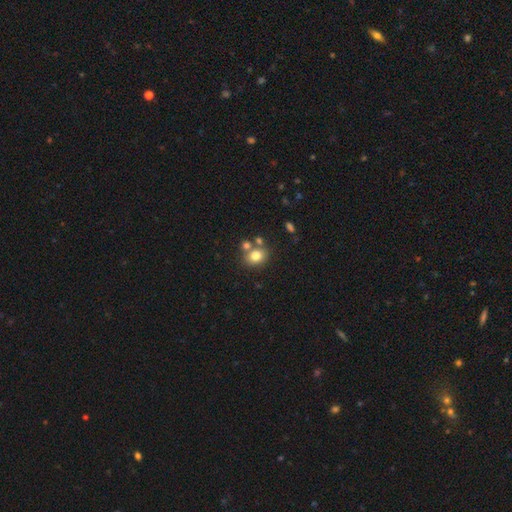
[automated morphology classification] Smooth or featured? Predicted: smooth (p=0.79). How rounded? Predicted: round (p=0.58). Merging? Predicted: none (p=0.62).